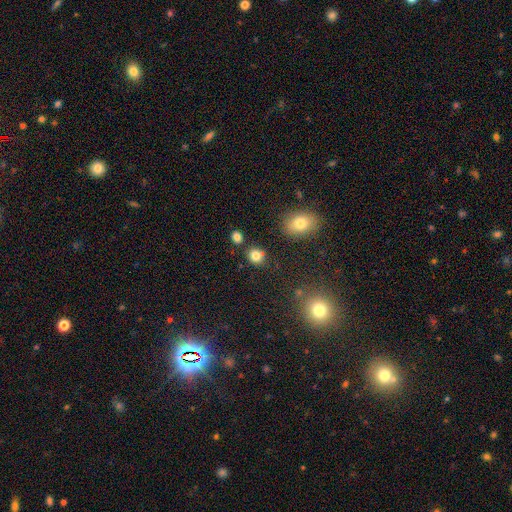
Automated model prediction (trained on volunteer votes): This appears to be a smooth galaxy with no disk features (81%) that is round (75%). Merging: none (74%).